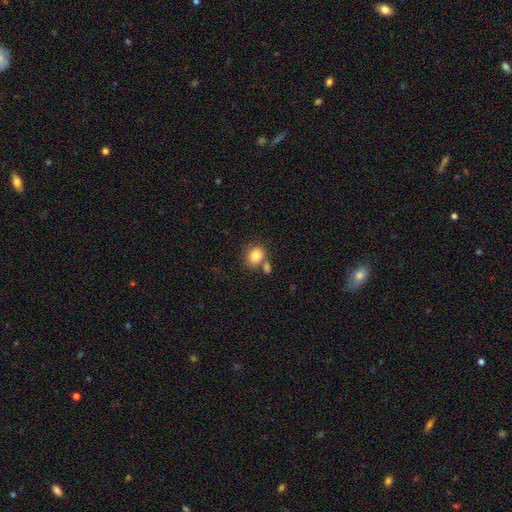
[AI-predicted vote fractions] smooth-or-featured: smooth: 82% | star or artifact: 9% | featured or disk: 9%
  how-rounded: round: 53% | in between: 46% | cigar-shaped: 1%
  merging: none: 54% | merger: 28% | minor disturbance: 13% | major disturbance: 5%